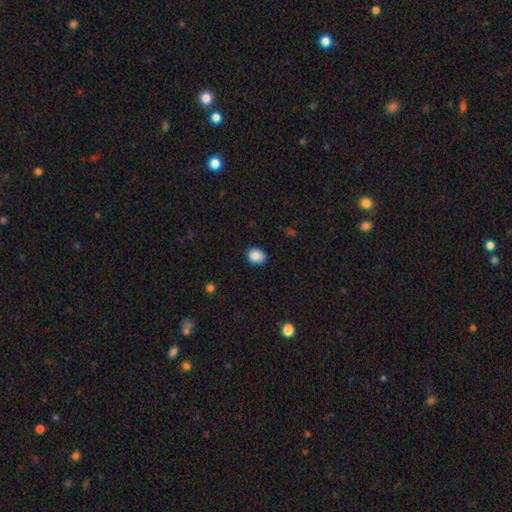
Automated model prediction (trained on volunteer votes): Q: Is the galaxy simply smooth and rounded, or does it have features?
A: smooth — 88%.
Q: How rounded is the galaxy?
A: in between — 53%.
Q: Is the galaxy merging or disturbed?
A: none — 87%.